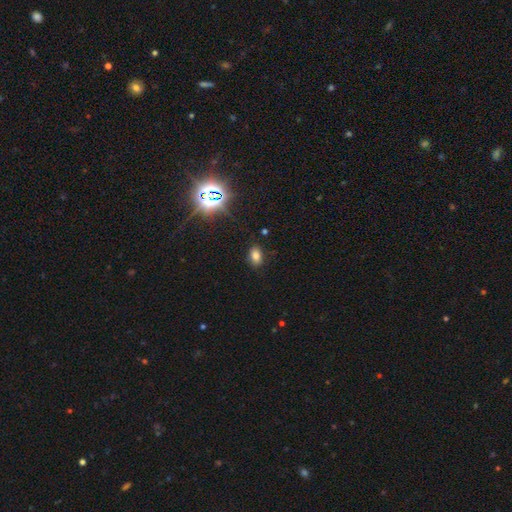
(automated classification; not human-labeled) smooth-or-featured: smooth: 74% | star or artifact: 19% | featured or disk: 8%
  how-rounded: in between: 83% | round: 15% | cigar-shaped: 2%
  merging: none: 86% | minor disturbance: 10% | major disturbance: 3% | merger: 2%